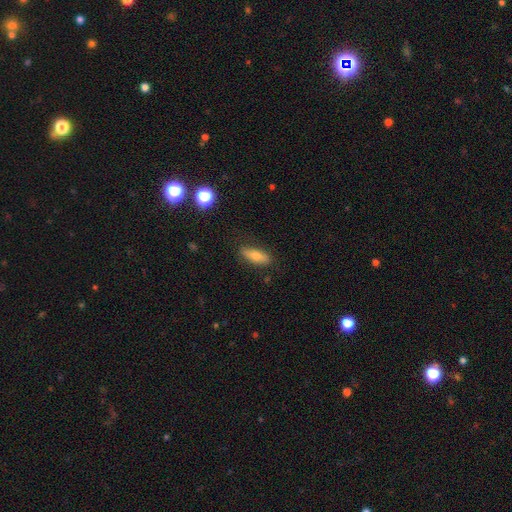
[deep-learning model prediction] Overall: smooth (67%). How rounded: in between (57%; cigar-shaped 40%). Merging: none (83%).